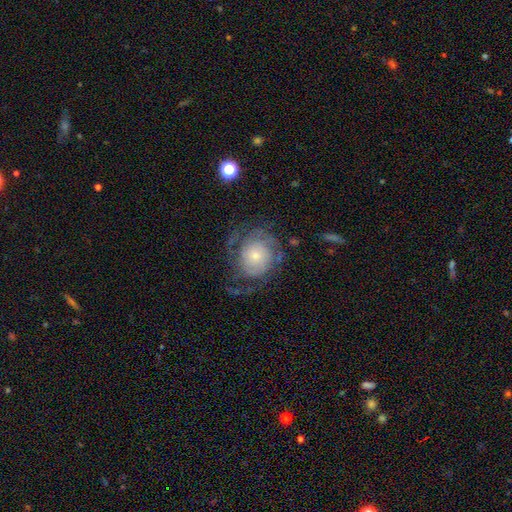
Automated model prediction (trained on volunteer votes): Overall: featured or disk (72%). Edge-on disk: no (97%). Bar: no (81%). Spiral arms: yes (87%). Spiral arm count: 2 (34%; can't tell 33%). Spiral winding: tight (53%; medium 32%). Bulge size: small (66%). Merging: none (58%; major disturbance 22%).